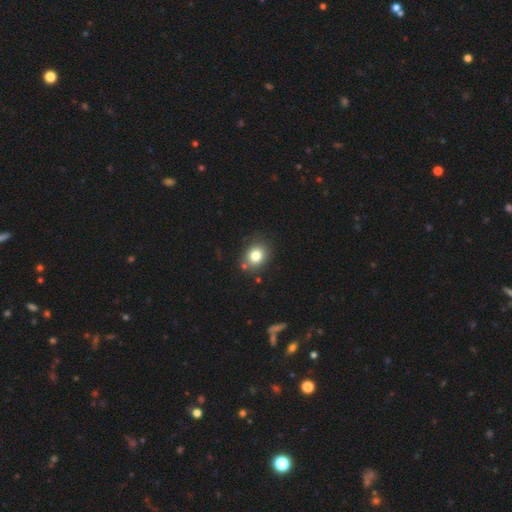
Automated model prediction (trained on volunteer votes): A smooth galaxy with no disk features (80%) that is round (61%).

Vote fractions:
- Smooth or featured? smooth: 80% / star or artifact: 11% / featured or disk: 9%
- How rounded? round: 61% / in between: 38% / cigar-shaped: 1%
- Merging? none: 80% / minor disturbance: 11% / merger: 5% / major disturbance: 3%